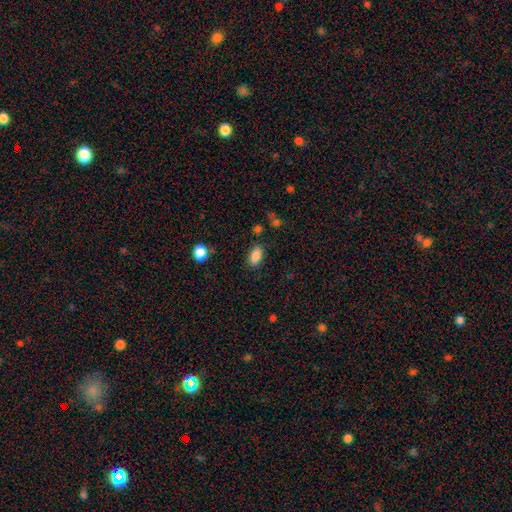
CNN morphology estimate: Smooth or featured?
  - smooth: 87% *
  - star or artifact: 8%
  - featured or disk: 4%
How rounded?
  - in between: 91% *
  - round: 6%
  - cigar-shaped: 3%
Merging?
  - none: 84% *
  - minor disturbance: 11%
  - major disturbance: 3%
  - merger: 2%